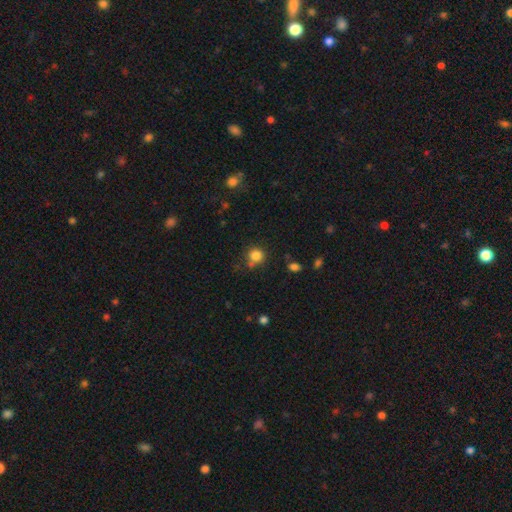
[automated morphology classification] smooth-or-featured: smooth: 82% | star or artifact: 13% | featured or disk: 5%
  how-rounded: round: 87% | in between: 13% | cigar-shaped: 1%
  merging: none: 70% | merger: 13% | minor disturbance: 12% | major disturbance: 5%